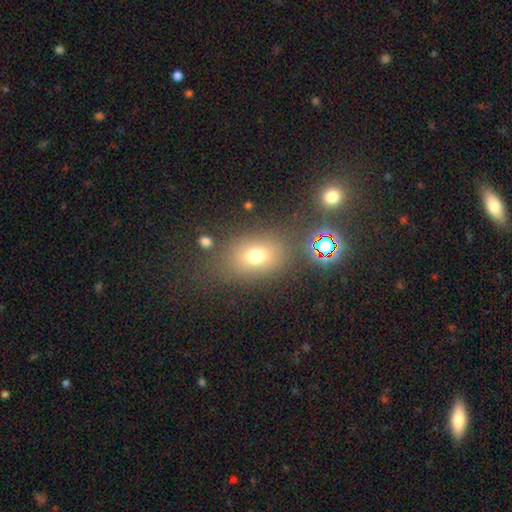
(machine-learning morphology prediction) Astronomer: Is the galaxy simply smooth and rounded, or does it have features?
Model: smooth — 68%.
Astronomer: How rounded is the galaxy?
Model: in between — 64%.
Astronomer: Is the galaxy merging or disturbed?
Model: none — 73%.